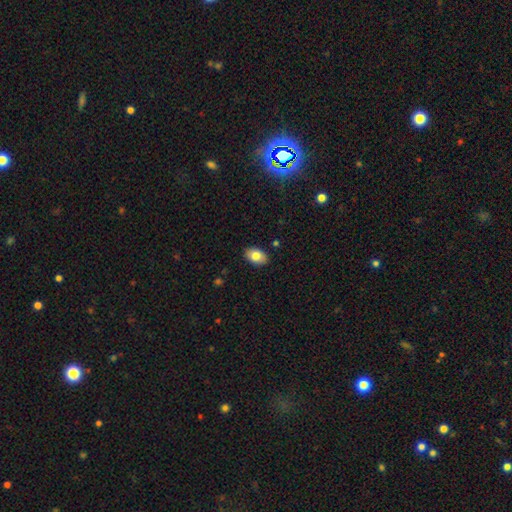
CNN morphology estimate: This appears to be a smooth galaxy with no disk features (79%) that is in between round and cigar-shaped (89%). Merging: none (88%).